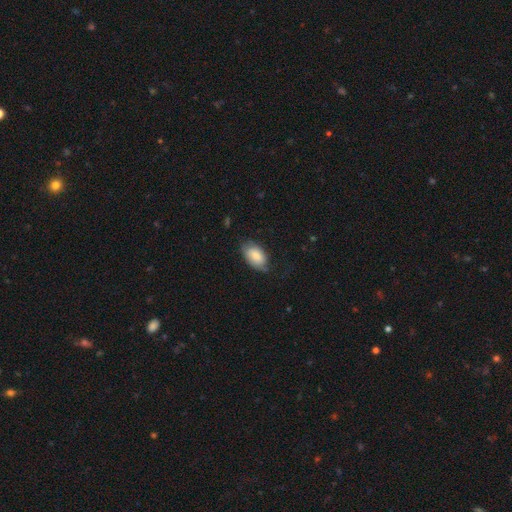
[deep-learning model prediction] Smooth or featured?
  - smooth: 77% *
  - featured or disk: 16%
  - star or artifact: 6%
How rounded?
  - in between: 93% *
  - round: 5%
  - cigar-shaped: 2%
Merging?
  - none: 59% *
  - minor disturbance: 29%
  - major disturbance: 10%
  - merger: 1%